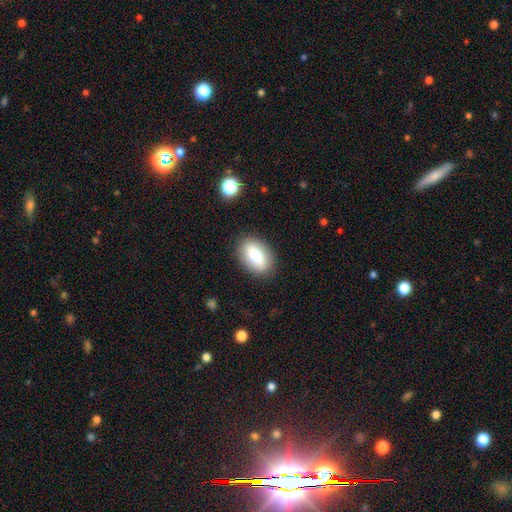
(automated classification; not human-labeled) Smooth or featured: smooth — 70% (featured or disk — 22%)
How rounded: in between — 86% (round — 12%)
Merging: none — 87% (minor disturbance — 9%)